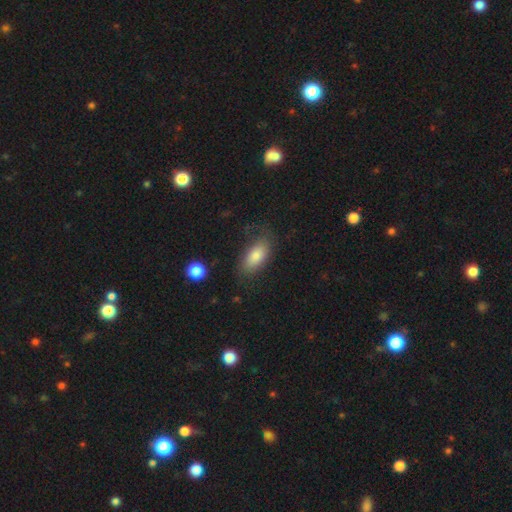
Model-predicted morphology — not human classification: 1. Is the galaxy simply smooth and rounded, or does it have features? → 77% smooth, 15% featured or disk, 8% star or artifact.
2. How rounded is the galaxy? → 89% in between, 7% cigar-shaped, 4% round.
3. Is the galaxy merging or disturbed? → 70% none, 20% minor disturbance, 8% major disturbance, 2% merger.